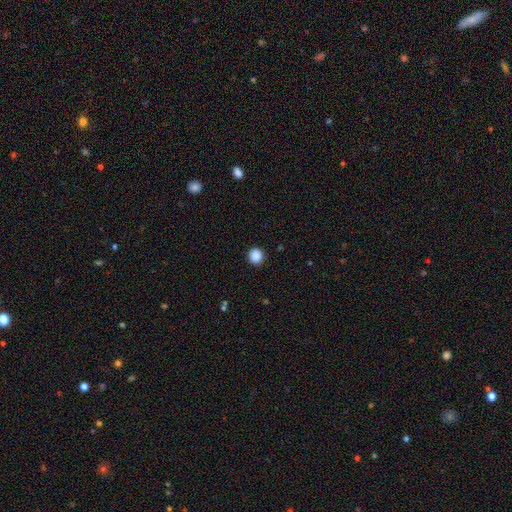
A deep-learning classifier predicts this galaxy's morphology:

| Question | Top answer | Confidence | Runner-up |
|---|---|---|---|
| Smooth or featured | smooth | 88% | star or artifact (10%) |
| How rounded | round | 93% | in between (6%) |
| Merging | none | 92% | minor disturbance (5%) |